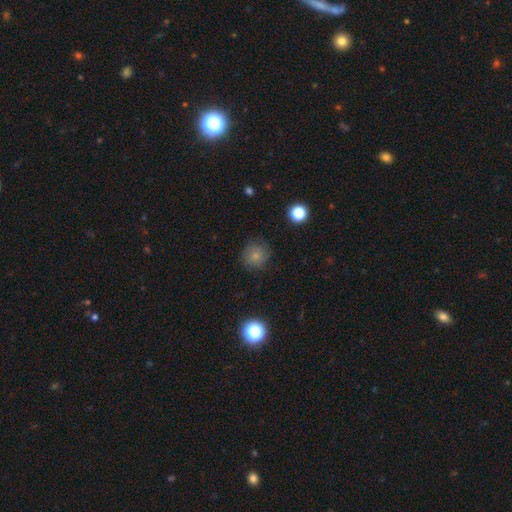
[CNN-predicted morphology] Smooth or featured: smooth — 77% (star or artifact — 13%)
How rounded: round — 92% (in between — 7%)
Merging: none — 81% (minor disturbance — 14%)